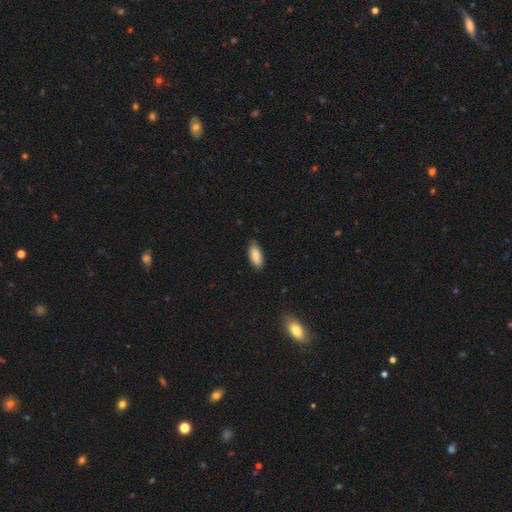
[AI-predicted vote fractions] Morphology: type=smooth (84%); roundness=in between (83%); merging=none (83%).